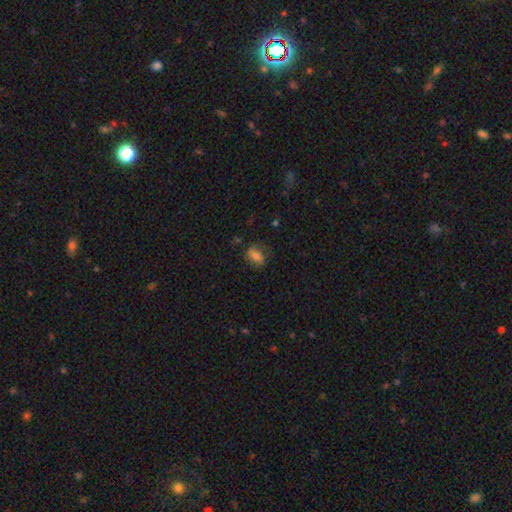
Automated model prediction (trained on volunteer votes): Smooth or featured?
  - smooth: 70% *
  - featured or disk: 19%
  - star or artifact: 10%
How rounded?
  - in between: 79% *
  - round: 16%
  - cigar-shaped: 5%
Merging?
  - none: 63% *
  - minor disturbance: 23%
  - major disturbance: 12%
  - merger: 2%